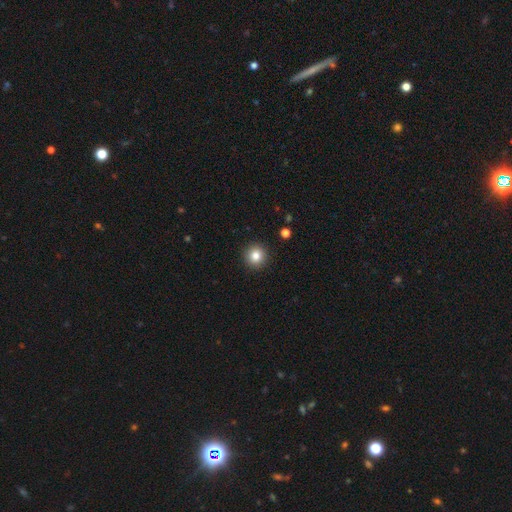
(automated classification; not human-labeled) The model was most divided on "smooth or featured": smooth: 83%, star or artifact: 11%, featured or disk: 6%. More confident: how rounded — round (94%); merging — none (92%).